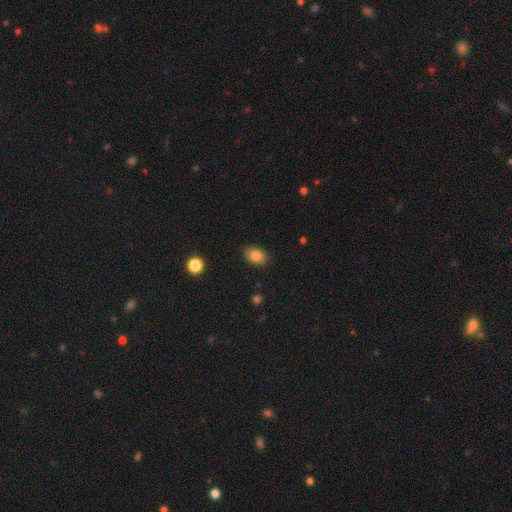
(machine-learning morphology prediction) This appears to be a smooth galaxy with no disk features (83%) that is in between round and cigar-shaped (81%). Merging: none (88%).